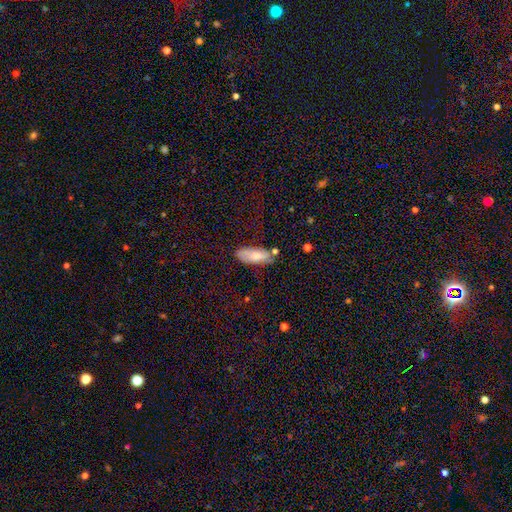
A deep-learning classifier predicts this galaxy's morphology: Overall: smooth (74%). How rounded: in between (80%). Merging: none (63%; minor disturbance 25%).